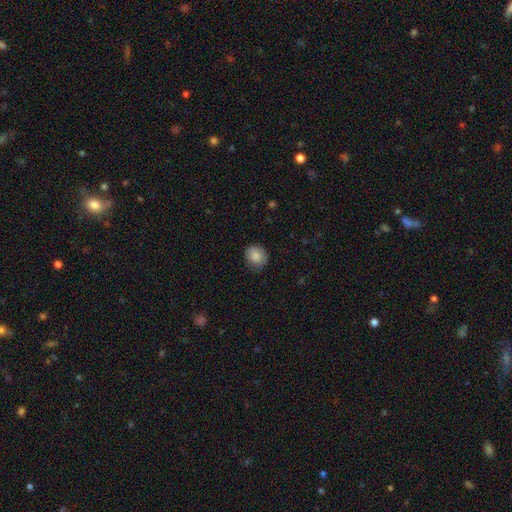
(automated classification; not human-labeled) smooth 86%, star or artifact 8%, featured or disk 6%. Down the decision tree: how rounded — round (77%); merging — none (76%).